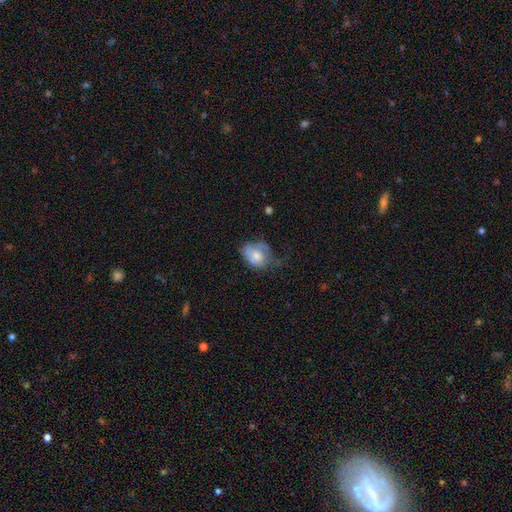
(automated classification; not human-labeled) Smooth or featured? smooth (63%)
How rounded? in between (62%)
Merging? minor disturbance (36%)